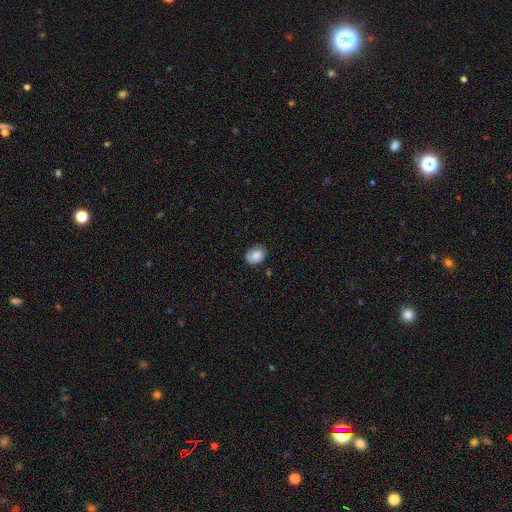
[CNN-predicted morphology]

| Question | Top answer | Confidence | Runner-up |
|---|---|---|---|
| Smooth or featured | smooth | 82% | featured or disk (10%) |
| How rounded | in between | 65% | round (34%) |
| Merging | none | 76% | minor disturbance (18%) |